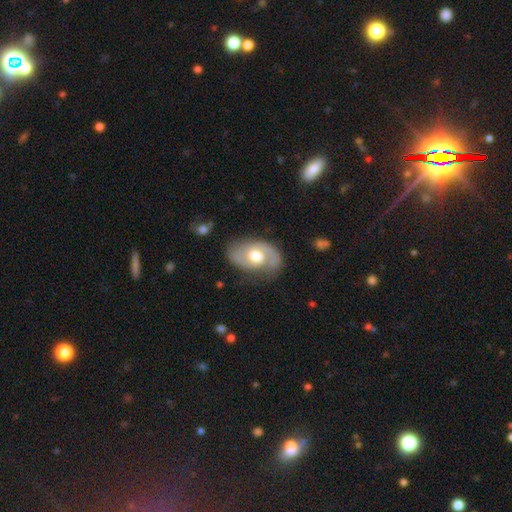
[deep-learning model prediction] Smooth or featured: featured or disk — 67% (smooth — 27%)
Edge-on disk: no — 95% (yes — 5%)
Bar: no — 66% (weak — 28%)
Spiral arms: yes — 80% (no — 20%)
Spiral winding: medium — 46% (loose — 28%)
Spiral arm count: 2 — 77% (1 — 10%)
Bulge size: moderate — 69% (large — 21%)
Merging: none — 70% (minor disturbance — 20%)